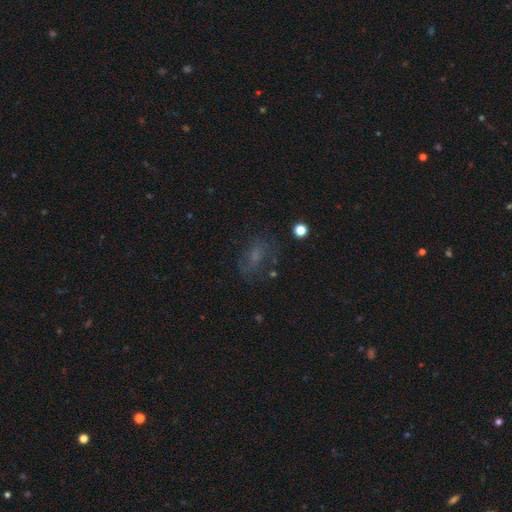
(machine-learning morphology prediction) smooth_or_featured: smooth (p=0.43) [alt: featured or disk p=0.31]
merging: none (p=0.60) [alt: minor disturbance p=0.20]